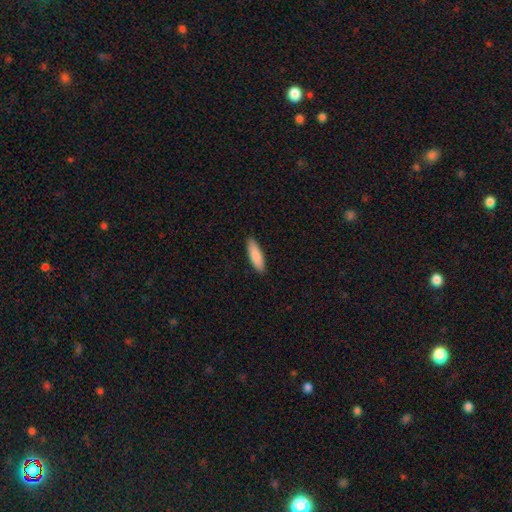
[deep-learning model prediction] Smooth or featured?
  - smooth: 88% *
  - featured or disk: 7%
  - star or artifact: 5%
How rounded?
  - cigar-shaped: 56% *
  - in between: 42%
  - round: 1%
Merging?
  - none: 90% *
  - minor disturbance: 8%
  - major disturbance: 1%
  - merger: 1%